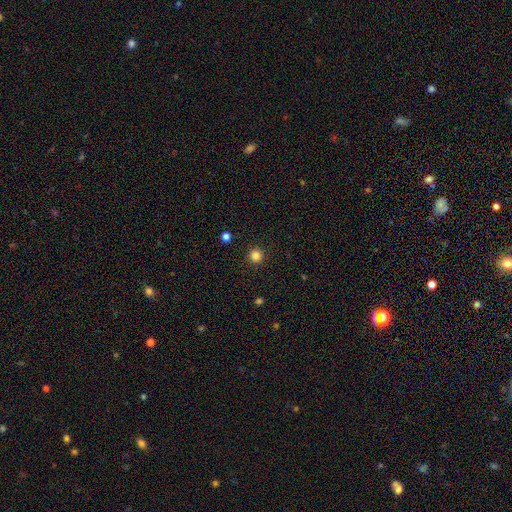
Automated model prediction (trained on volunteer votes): Smooth or featured?
  - smooth: 83% *
  - star or artifact: 13%
  - featured or disk: 4%
How rounded?
  - round: 96% *
  - in between: 3%
  - cigar-shaped: 1%
Merging?
  - none: 93% *
  - minor disturbance: 4%
  - major disturbance: 2%
  - merger: 1%